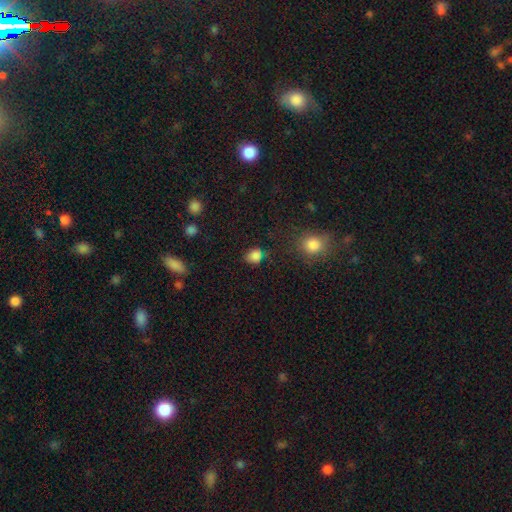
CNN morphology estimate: A smooth galaxy with no disk features (80%) that is round (61%).

Vote fractions:
- Smooth or featured? smooth: 80% / star or artifact: 15% / featured or disk: 5%
- How rounded? round: 61% / in between: 38% / cigar-shaped: 1%
- Merging? none: 71% / minor disturbance: 18% / major disturbance: 6% / merger: 5%